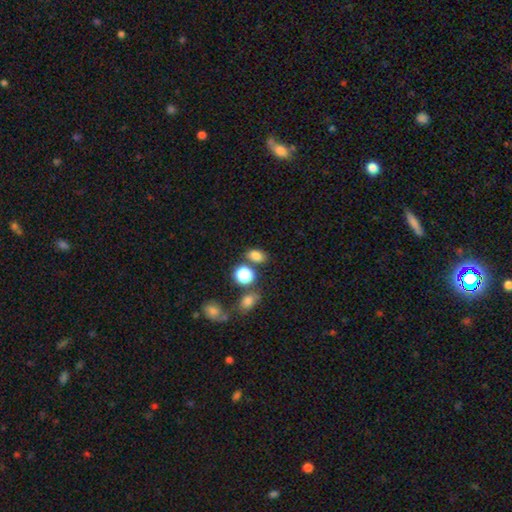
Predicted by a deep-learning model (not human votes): Smooth or featured: smooth — 79% (star or artifact — 15%)
How rounded: in between — 75% (round — 24%)
Merging: none — 71% (merger — 12%)